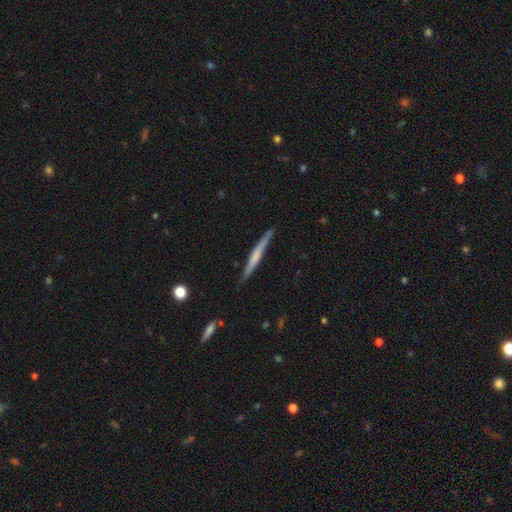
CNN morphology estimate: Q: Smooth or featured?
A: featured or disk (51%); runner-up: smooth (43%)
Q: Edge-on disk?
A: yes (97%); runner-up: no (3%)
Q: Merging?
A: none (86%); runner-up: minor disturbance (11%)